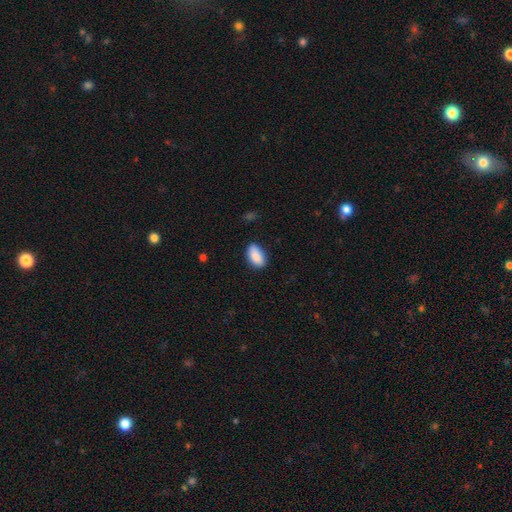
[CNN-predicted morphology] Smooth or featured: smooth — 89% (star or artifact — 7%)
How rounded: in between — 93% (round — 5%)
Merging: none — 80% (minor disturbance — 16%)